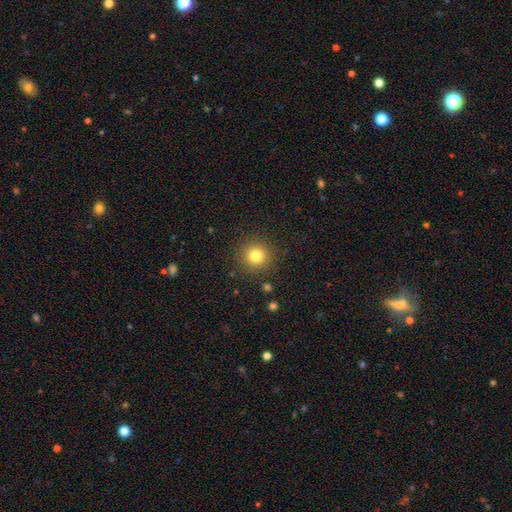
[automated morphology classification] Overall: smooth (80%). How rounded: round (94%). Merging: none (88%).